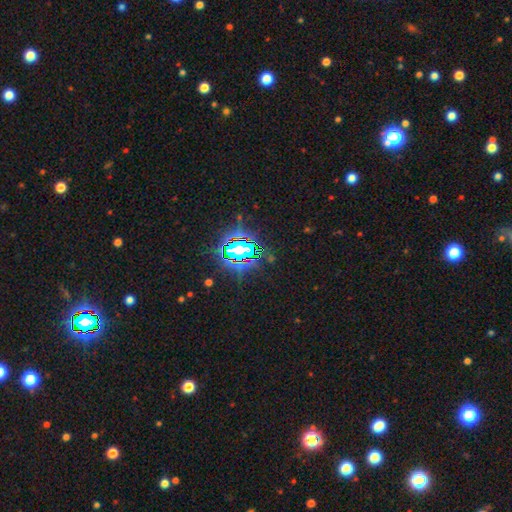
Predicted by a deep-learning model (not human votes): Smooth or featured?
  - star or artifact: 81% *
  - smooth: 11%
  - featured or disk: 7%